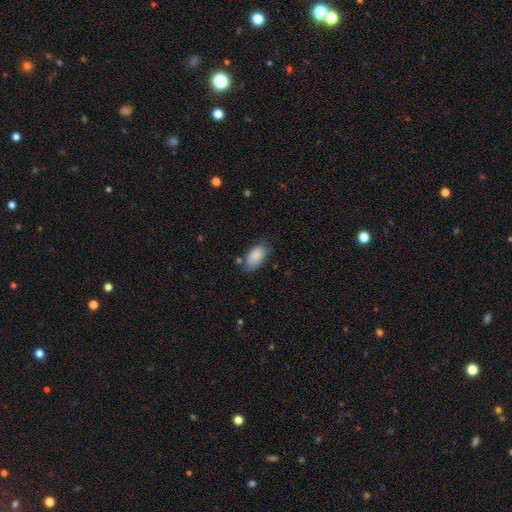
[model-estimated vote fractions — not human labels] smooth-or-featured: smooth: 86% | star or artifact: 7% | featured or disk: 7%
  how-rounded: in between: 94% | round: 4% | cigar-shaped: 3%
  merging: none: 62% | minor disturbance: 27% | major disturbance: 7% | merger: 4%